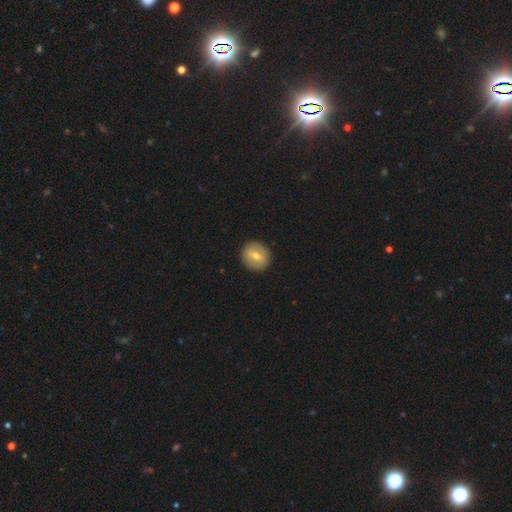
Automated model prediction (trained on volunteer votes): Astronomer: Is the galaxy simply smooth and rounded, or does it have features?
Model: smooth — 59%.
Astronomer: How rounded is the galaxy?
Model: round — 88%.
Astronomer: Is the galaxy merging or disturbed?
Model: none — 91%.